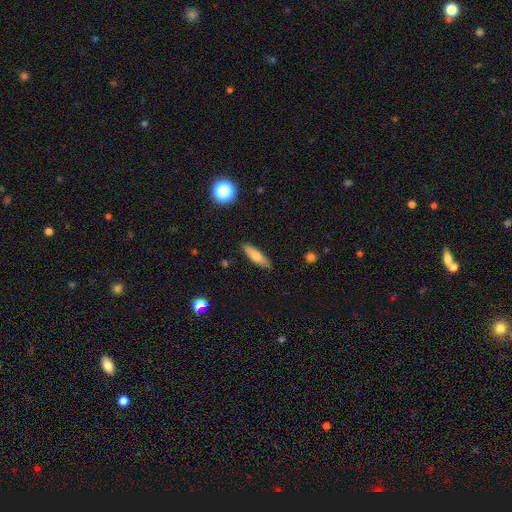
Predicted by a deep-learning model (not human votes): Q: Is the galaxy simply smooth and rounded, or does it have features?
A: smooth — 67%.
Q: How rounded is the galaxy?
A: cigar-shaped — 65%.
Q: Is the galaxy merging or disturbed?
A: none — 88%.